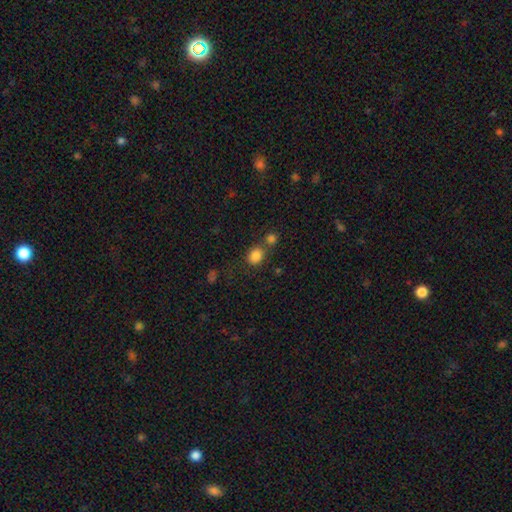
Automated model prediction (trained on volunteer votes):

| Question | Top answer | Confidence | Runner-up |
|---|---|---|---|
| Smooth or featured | smooth | 83% | star or artifact (11%) |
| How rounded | round | 67% | in between (32%) |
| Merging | none | 60% | merger (26%) |